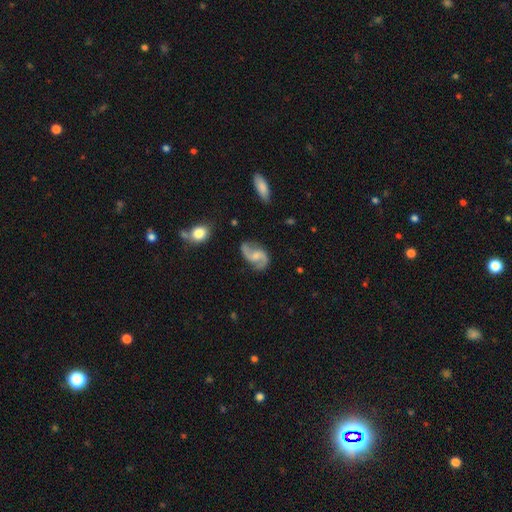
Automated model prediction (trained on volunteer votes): Morphology: type=featured or disk (87%); edge-on=no (98%); bar=no (48%); spiral arms=yes (97%); winding=loose (52%); arm count=2 (93%); bulge=small (39%); merging=none (75%).